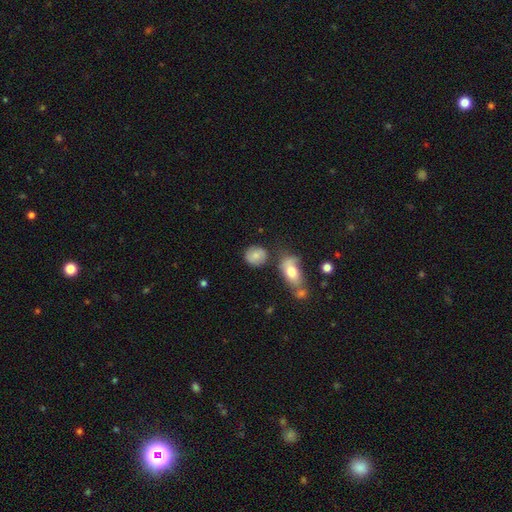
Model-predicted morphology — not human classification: This appears to be a smooth galaxy with no disk features (77%) that is round (70%). Merging: none (70%).